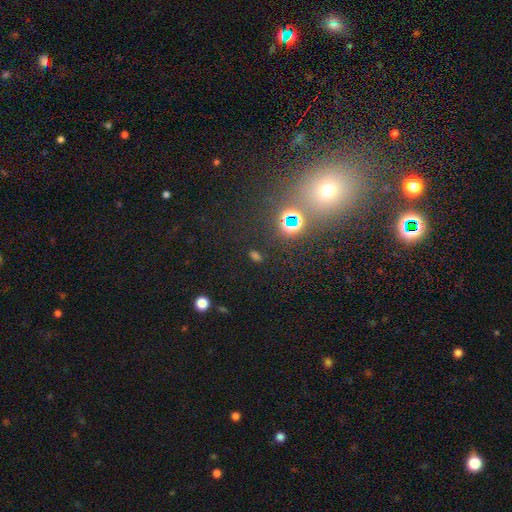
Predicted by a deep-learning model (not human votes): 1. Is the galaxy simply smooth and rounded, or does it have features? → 57% star or artifact, 34% smooth, 9% featured or disk.